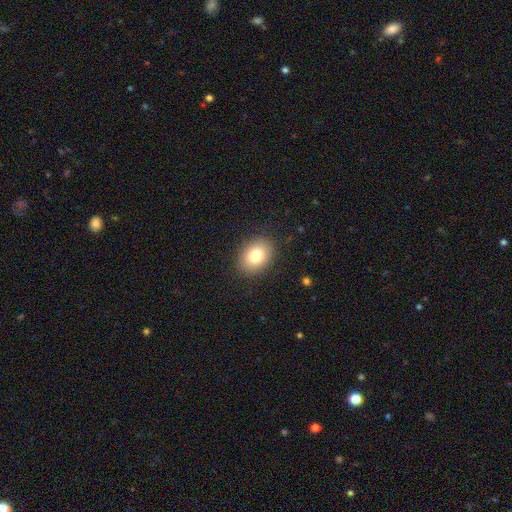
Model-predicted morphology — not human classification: Overall: smooth (80%). How rounded: in between (63%; round 37%). Merging: none (87%).